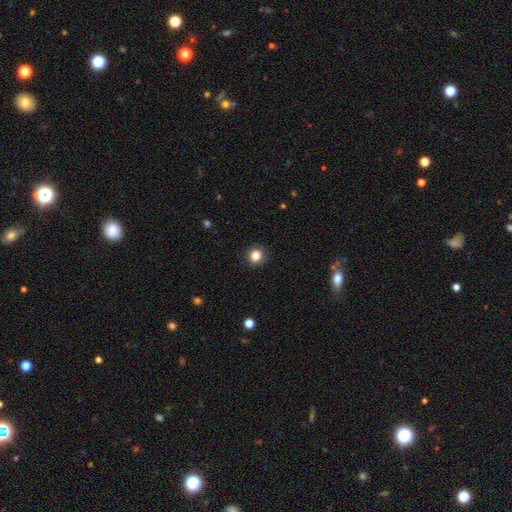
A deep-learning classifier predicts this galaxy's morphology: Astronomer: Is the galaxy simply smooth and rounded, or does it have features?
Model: smooth — 84%.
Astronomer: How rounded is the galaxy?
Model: round — 86%.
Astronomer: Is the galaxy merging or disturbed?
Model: none — 88%.